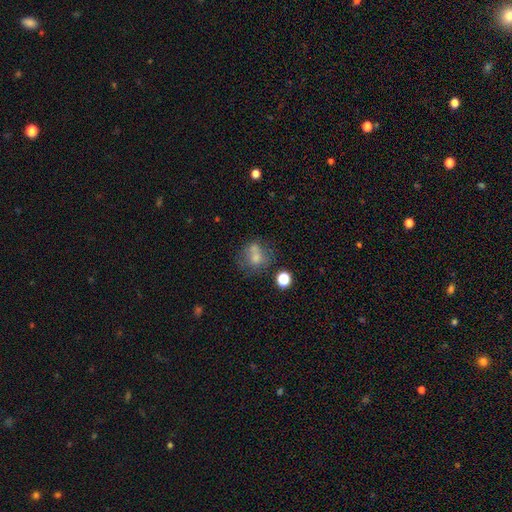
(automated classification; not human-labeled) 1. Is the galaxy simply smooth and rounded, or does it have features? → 64% smooth, 22% featured or disk, 15% star or artifact.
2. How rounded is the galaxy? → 63% round, 35% in between, 2% cigar-shaped.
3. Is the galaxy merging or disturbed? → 42% none, 24% merger, 19% minor disturbance, 15% major disturbance.